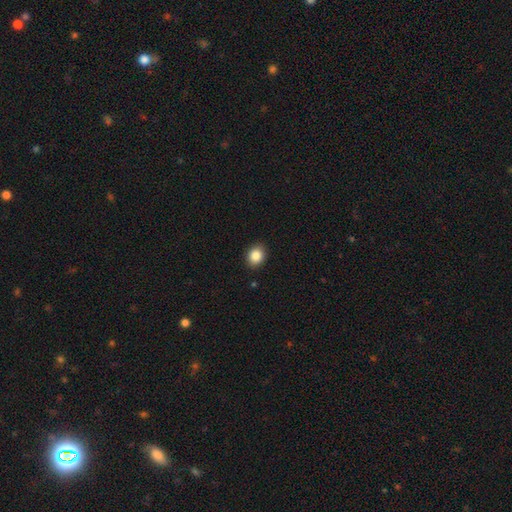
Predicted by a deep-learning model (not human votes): Smooth or featured?
  - smooth: 86% *
  - star or artifact: 9%
  - featured or disk: 5%
How rounded?
  - round: 54% *
  - in between: 45%
  - cigar-shaped: 1%
Merging?
  - none: 90% *
  - minor disturbance: 7%
  - major disturbance: 2%
  - merger: 1%